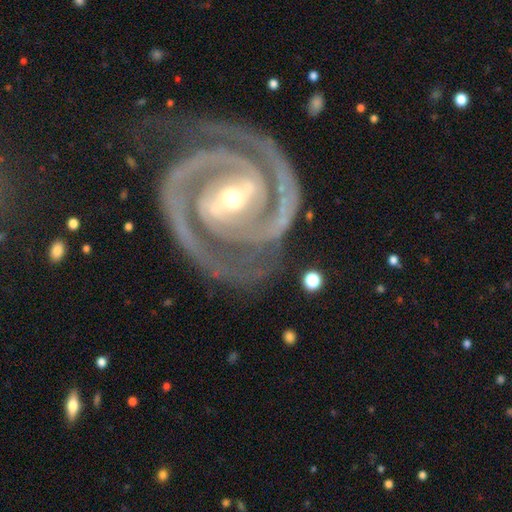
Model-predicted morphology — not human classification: smooth_or_featured: featured or disk (p=0.93) [alt: star or artifact p=0.04]
disk_edge_on: no (p=0.98) [alt: yes p=0.02]
bar: strong (p=0.59) [alt: weak p=0.27]
has_spiral_arms: yes (p=0.99) [alt: no p=0.01]
spiral_winding: tight (p=0.70) [alt: medium p=0.27]
spiral_arm_count: 2 (p=0.87) [alt: 3 p=0.06]
bulge_size: small (p=0.56) [alt: moderate p=0.41]
merging: none (p=0.75) [alt: minor disturbance p=0.15]